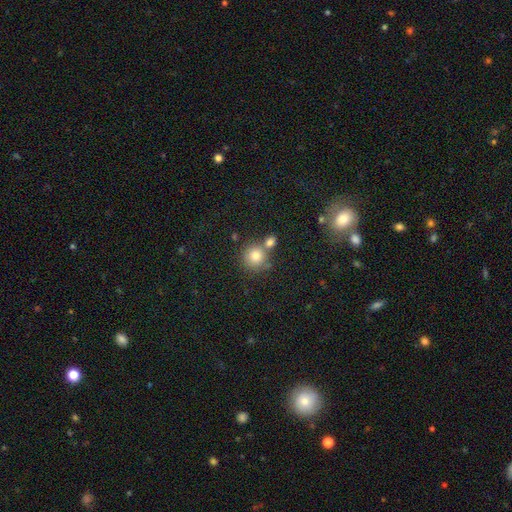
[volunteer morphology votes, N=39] This is likely a smooth galaxy (77%). How rounded: clearly round (90%). Merging: marginally merger (42%).